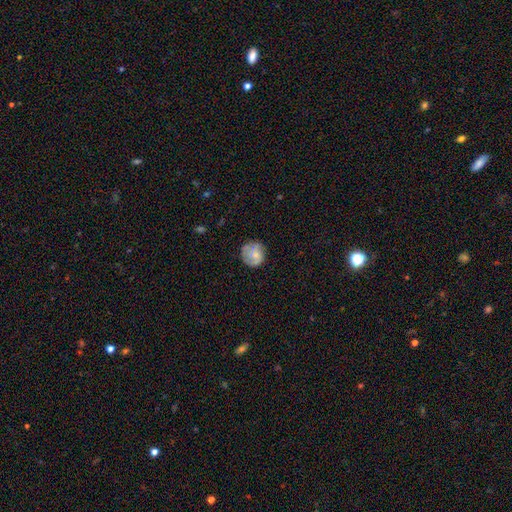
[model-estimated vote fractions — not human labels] A featured or disk galaxy (48%). Merging: none (69%).